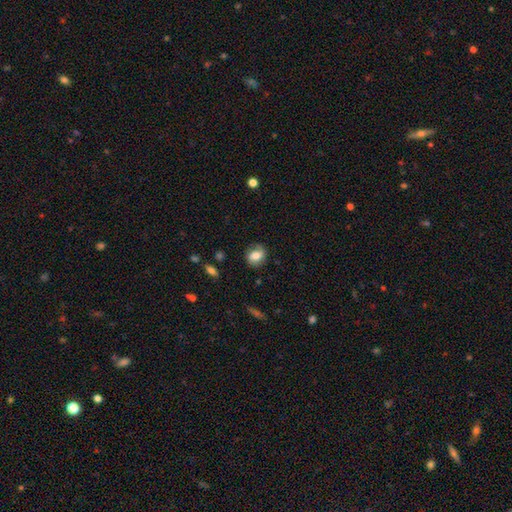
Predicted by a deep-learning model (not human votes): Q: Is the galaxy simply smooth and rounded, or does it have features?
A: smooth — 66%.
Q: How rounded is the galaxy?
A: round — 50%.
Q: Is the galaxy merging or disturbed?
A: none — 77%.